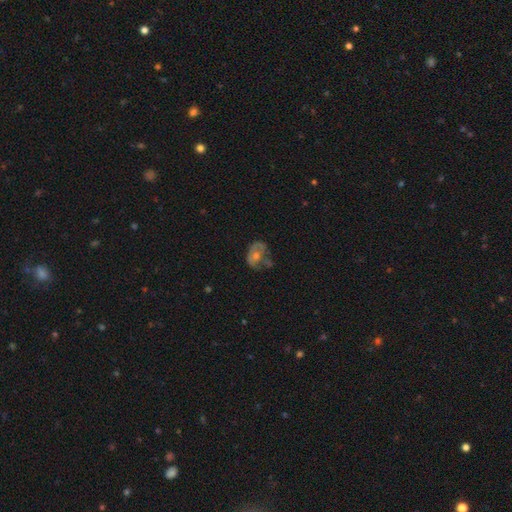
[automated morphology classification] A featured or disk galaxy (55%) with no bar (83%), no spiral arms (57%) and a moderate central bulge (56%). Merging: none (43%).